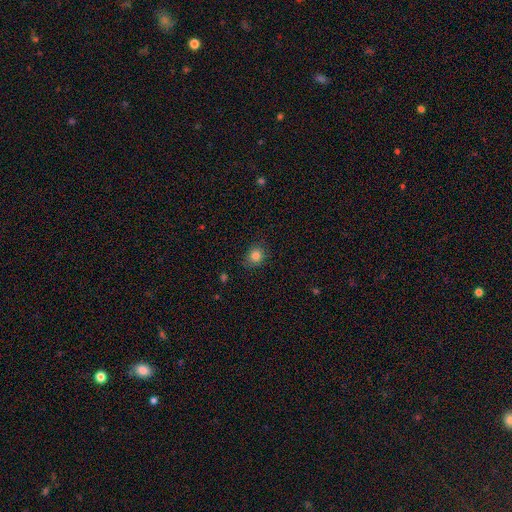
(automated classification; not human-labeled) Smooth or featured? Predicted: smooth (p=0.82). How rounded? Predicted: round (p=0.75). Merging? Predicted: none (p=0.83).